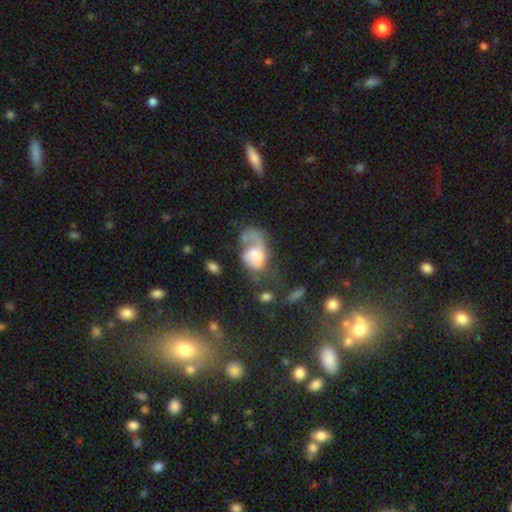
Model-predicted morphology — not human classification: type=smooth (47%); merging=major disturbance (53%).